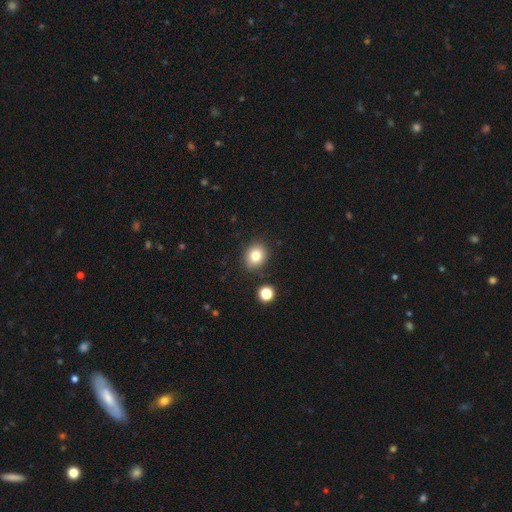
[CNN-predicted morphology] Overall: smooth (80%). How rounded: round (63%; in between 37%). Merging: none (85%).